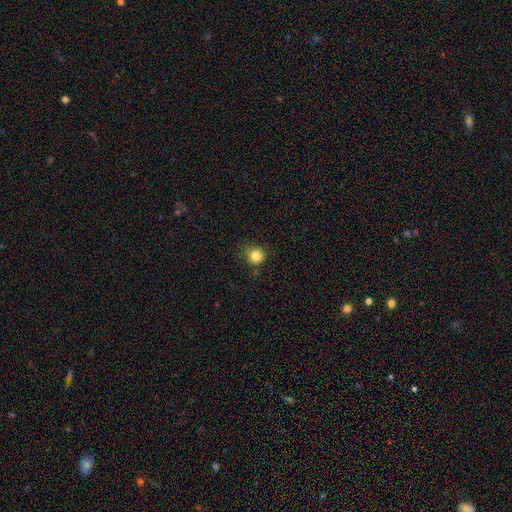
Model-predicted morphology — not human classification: smooth 83%, star or artifact 12%, featured or disk 6%. Down the decision tree: how rounded — round (87%); merging — none (73%).